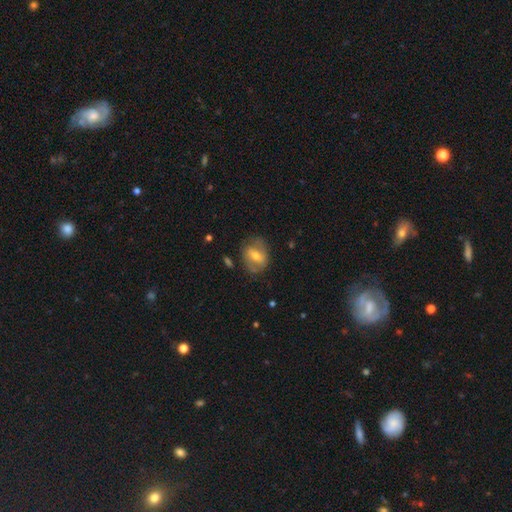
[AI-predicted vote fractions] A featured or disk galaxy (47%).

Vote fractions:
- Smooth or featured? featured or disk: 47% / smooth: 45% / star or artifact: 7%
- Merging? none: 68% / minor disturbance: 21% / major disturbance: 9% / merger: 2%